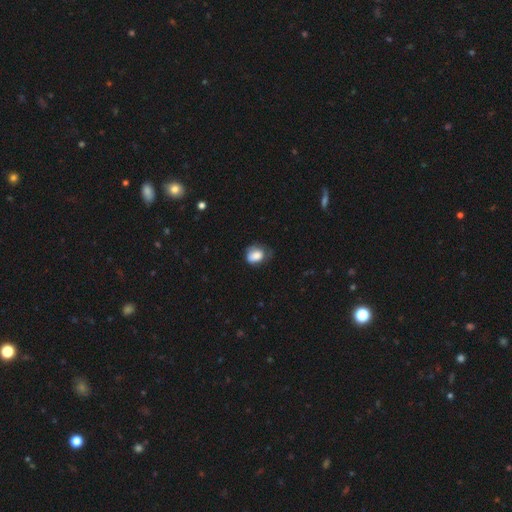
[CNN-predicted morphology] Overall: smooth (80%). How rounded: in between (64%; round 34%). Merging: none (45%; minor disturbance 37%).